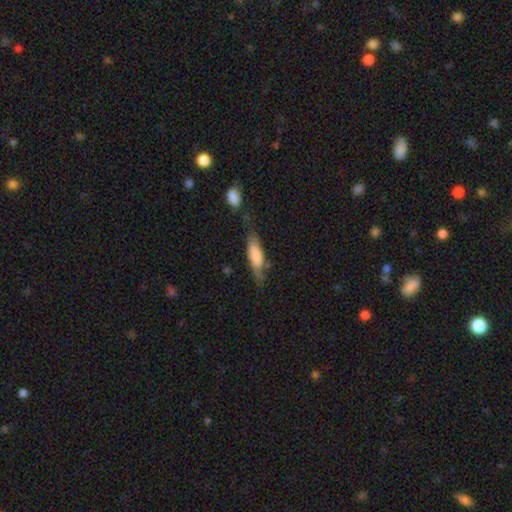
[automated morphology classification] Q: Smooth or featured?
A: smooth (76%); runner-up: featured or disk (18%)
Q: How rounded?
A: in between (51%); runner-up: cigar-shaped (47%)
Q: Merging?
A: none (54%); runner-up: minor disturbance (29%)